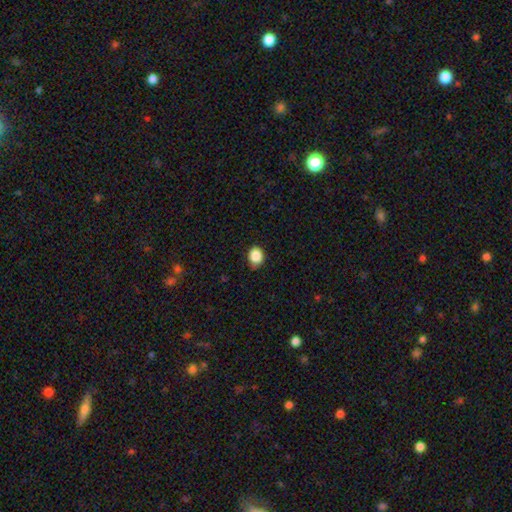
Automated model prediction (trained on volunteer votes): The model was most divided on "how rounded": round: 63%, in between: 36%, cigar-shaped: 1%. More confident: smooth or featured — smooth (87%); merging — none (79%).